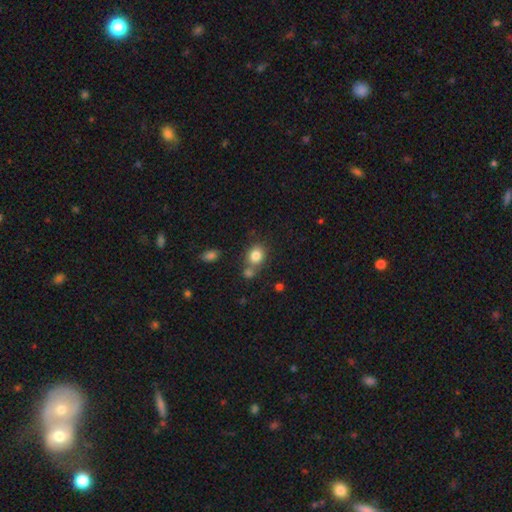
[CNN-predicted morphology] The model was most divided on "how rounded": round: 57%, in between: 42%, cigar-shaped: 1%. More confident: smooth or featured — smooth (82%); merging — none (55%).